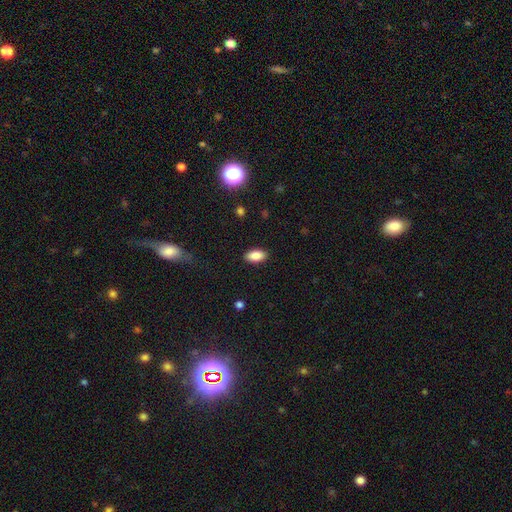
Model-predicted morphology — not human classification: Q: Smooth or featured?
A: smooth (86%); runner-up: star or artifact (8%)
Q: How rounded?
A: in between (93%); runner-up: cigar-shaped (4%)
Q: Merging?
A: none (89%); runner-up: minor disturbance (8%)